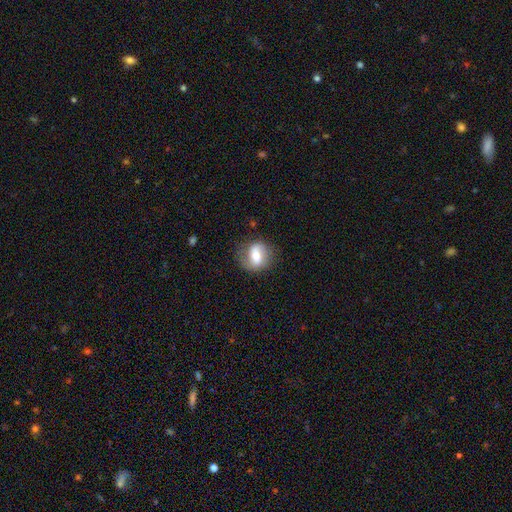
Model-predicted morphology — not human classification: A smooth galaxy with no disk features (47%).

Vote fractions:
- Smooth or featured? smooth: 47% / featured or disk: 46% / star or artifact: 8%
- Merging? none: 75% / minor disturbance: 17% / major disturbance: 7% / merger: 1%